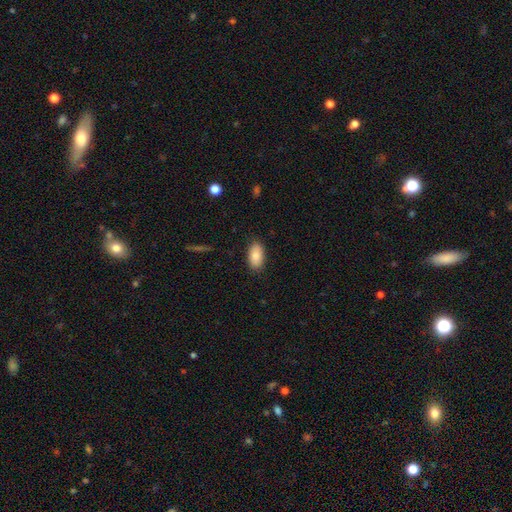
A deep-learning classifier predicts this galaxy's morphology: The model was most divided on "smooth or featured": smooth: 82%, featured or disk: 11%, star or artifact: 7%. More confident: how rounded — in between (94%); merging — none (86%).